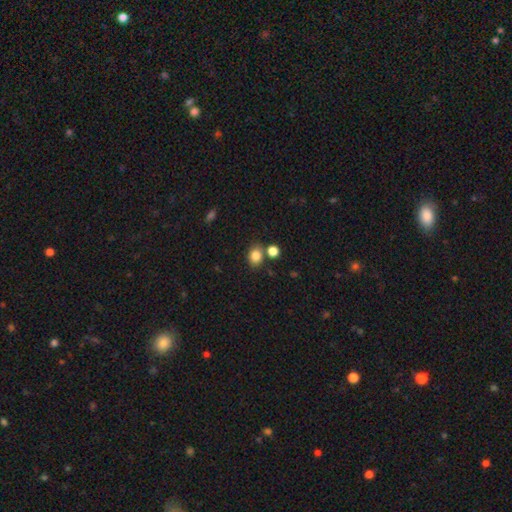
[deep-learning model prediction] A smooth galaxy with no disk features (83%) that is round (57%).

Vote fractions:
- Smooth or featured? smooth: 83% / star or artifact: 11% / featured or disk: 6%
- How rounded? round: 57% / in between: 42% / cigar-shaped: 1%
- Merging? none: 71% / merger: 15% / minor disturbance: 10% / major disturbance: 3%